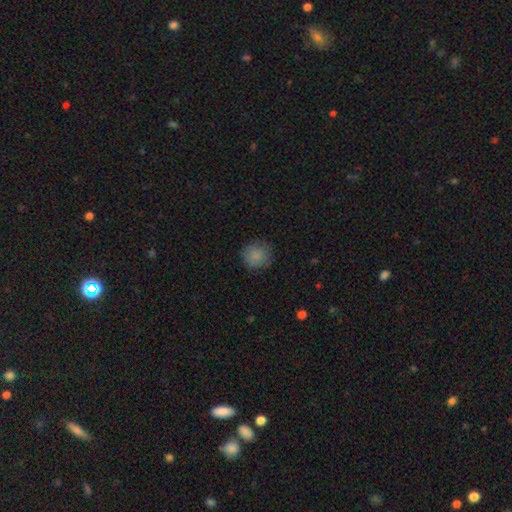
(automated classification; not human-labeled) smooth-or-featured: smooth: 86% | star or artifact: 9% | featured or disk: 5%
  how-rounded: round: 92% | in between: 7% | cigar-shaped: 1%
  merging: none: 84% | minor disturbance: 12% | major disturbance: 3% | merger: 1%